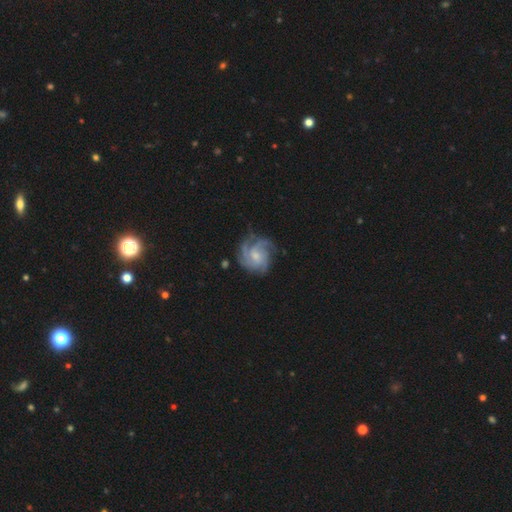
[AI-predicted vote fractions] Smooth or featured: featured or disk — 88% (smooth — 7%)
Edge-on disk: no — 98% (yes — 2%)
Bar: no — 69% (weak — 27%)
Spiral arms: yes — 98% (no — 2%)
Spiral winding: tight — 58% (medium — 35%)
Spiral arm count: 4 — 36% (3 — 30%)
Bulge size: small — 50% (moderate — 42%)
Merging: none — 74% (minor disturbance — 18%)